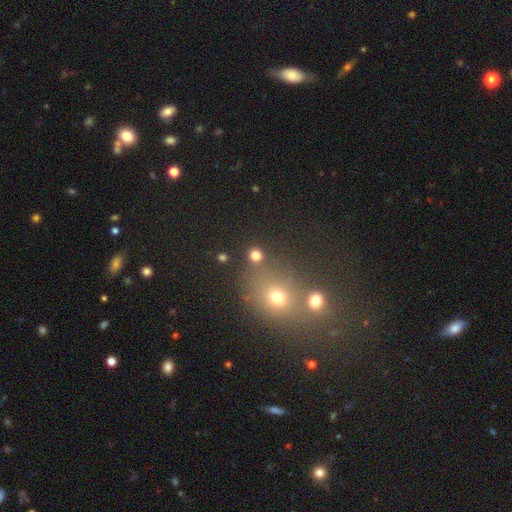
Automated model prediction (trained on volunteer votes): The model was most divided on "smooth or featured": smooth: 78%, star or artifact: 17%, featured or disk: 6%. More confident: how rounded — round (87%); merging — none (79%).